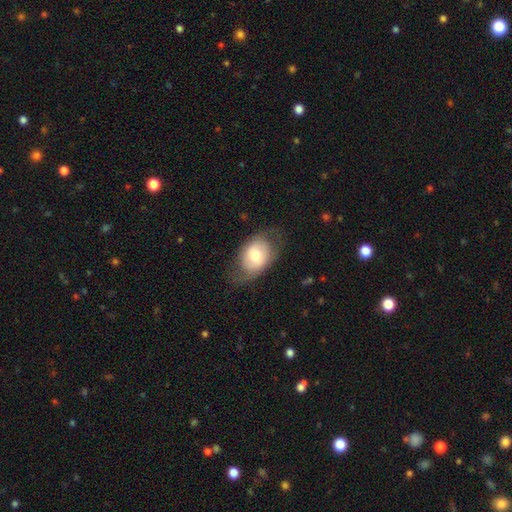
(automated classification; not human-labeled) A smooth galaxy with no disk features (58%) that is in between round and cigar-shaped (74%). Merging: none (62%).